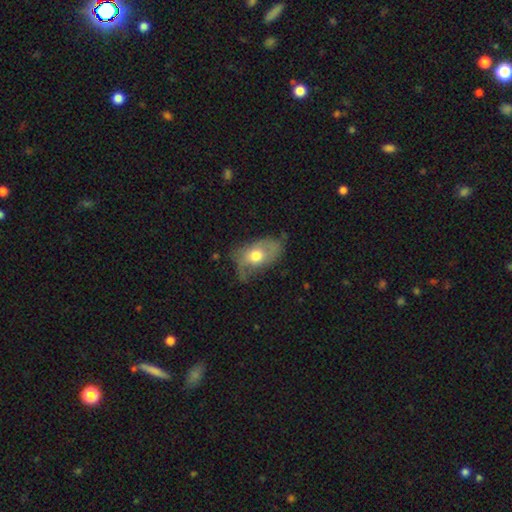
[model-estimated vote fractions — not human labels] Morphology: type=smooth (50%); merging=none (46%).